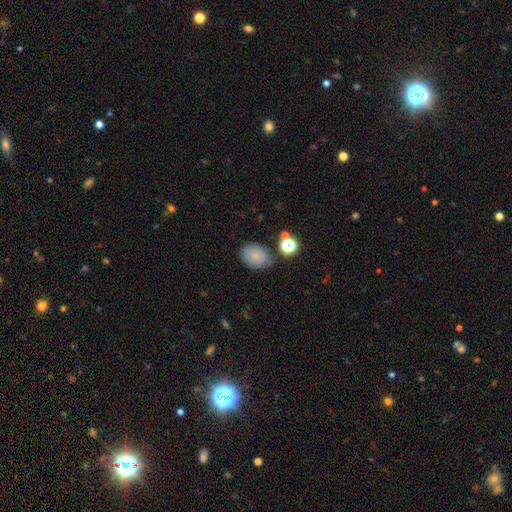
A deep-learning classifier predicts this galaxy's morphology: Smooth or featured? Predicted: smooth (p=0.78). How rounded? Predicted: in between (p=0.62). Merging? Predicted: none (p=0.75).